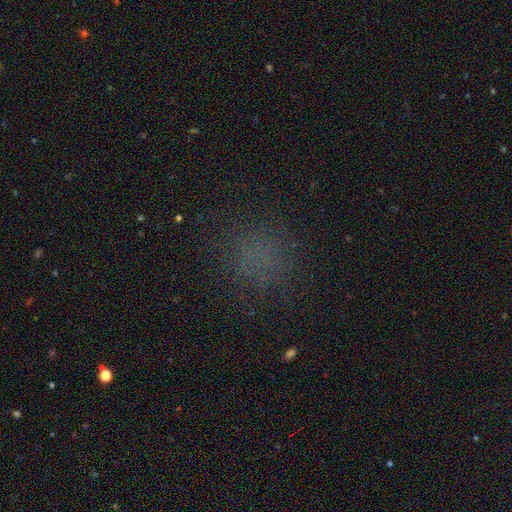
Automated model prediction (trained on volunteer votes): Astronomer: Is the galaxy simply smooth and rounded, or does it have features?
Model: smooth — 65%.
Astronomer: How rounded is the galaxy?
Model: round — 85%.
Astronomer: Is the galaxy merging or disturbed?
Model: none — 84%.